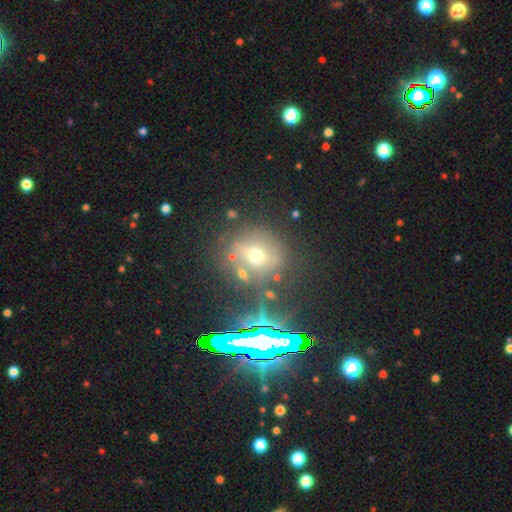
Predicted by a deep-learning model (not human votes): This is possibly a smooth galaxy (56%). How rounded: likely round (78%). Merging: likely none (71%).